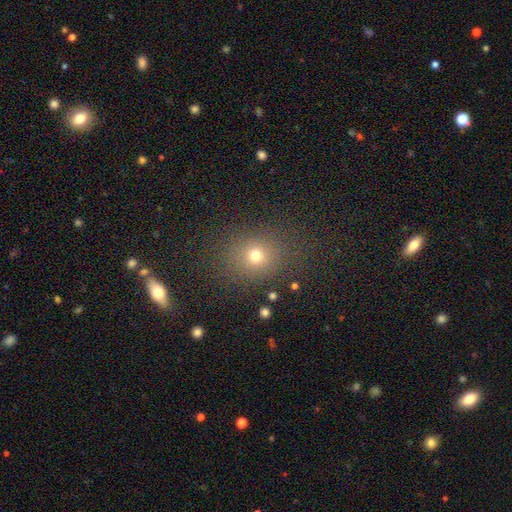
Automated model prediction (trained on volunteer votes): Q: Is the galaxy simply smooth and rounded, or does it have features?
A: smooth — 71%.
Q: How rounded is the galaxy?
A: round — 67%.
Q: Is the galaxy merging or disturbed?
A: none — 82%.